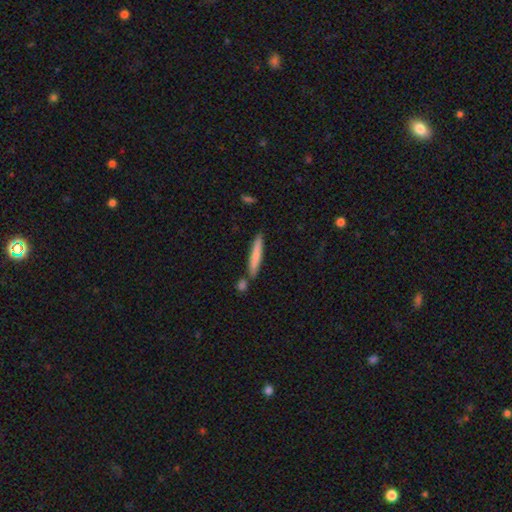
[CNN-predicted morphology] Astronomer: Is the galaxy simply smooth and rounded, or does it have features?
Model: smooth — 72%.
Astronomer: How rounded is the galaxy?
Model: cigar-shaped — 94%.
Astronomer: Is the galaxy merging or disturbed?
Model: none — 76%.